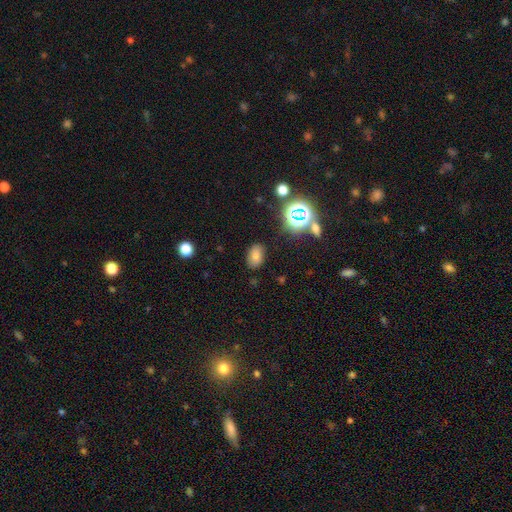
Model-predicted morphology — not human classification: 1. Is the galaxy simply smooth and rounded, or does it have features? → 73% smooth, 19% star or artifact, 8% featured or disk.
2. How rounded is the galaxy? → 87% in between, 12% round, 1% cigar-shaped.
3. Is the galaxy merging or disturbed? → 83% none, 11% minor disturbance, 4% major disturbance, 2% merger.